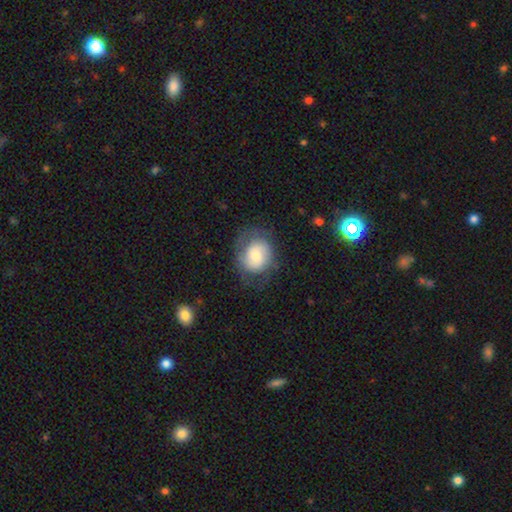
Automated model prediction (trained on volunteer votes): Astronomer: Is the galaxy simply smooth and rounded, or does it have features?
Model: smooth — 55% (runner-up: featured or disk, 37%).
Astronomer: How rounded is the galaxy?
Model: round — 65%.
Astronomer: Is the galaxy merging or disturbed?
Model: none — 63%.